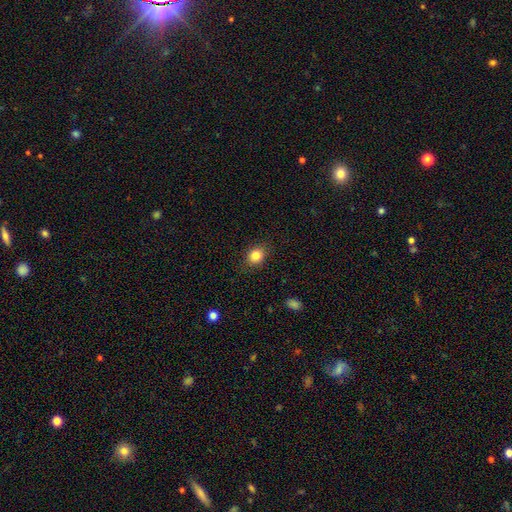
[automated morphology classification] A smooth galaxy with no disk features (84%) that is in between round and cigar-shaped (50%).

Vote fractions:
- Smooth or featured? smooth: 84% / star or artifact: 10% / featured or disk: 7%
- How rounded? in between: 50% / round: 49% / cigar-shaped: 1%
- Merging? none: 84% / minor disturbance: 12% / major disturbance: 3% / merger: 1%